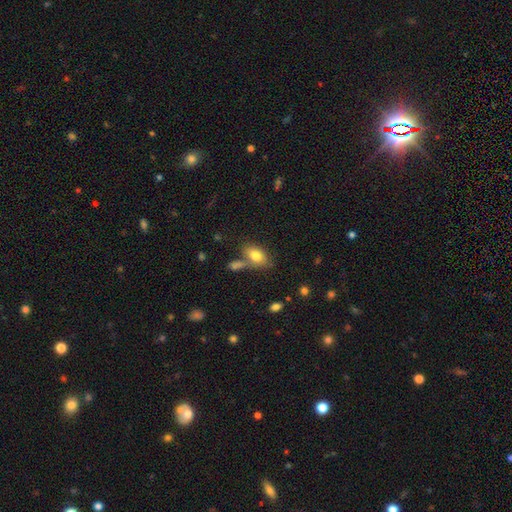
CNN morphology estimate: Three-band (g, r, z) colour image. It shows a smooth galaxy with no disk features (79%) that is in between round and cigar-shaped (87%). Merging: none (58%).